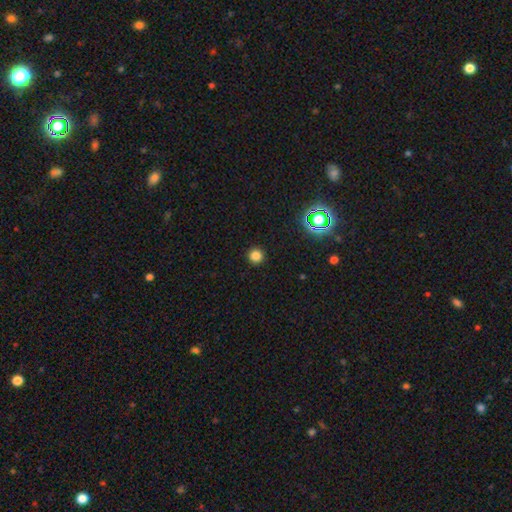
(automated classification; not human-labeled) smooth_or_featured: smooth (p=0.81) [alt: star or artifact p=0.16]
how_rounded: round (p=0.96) [alt: in between p=0.03]
merging: none (p=0.93) [alt: minor disturbance p=0.05]